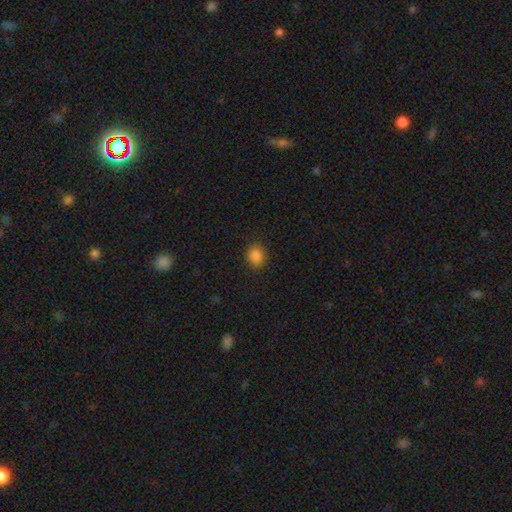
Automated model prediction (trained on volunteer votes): This appears to be a smooth galaxy with no disk features (86%) that is round (72%). Merging: none (89%).